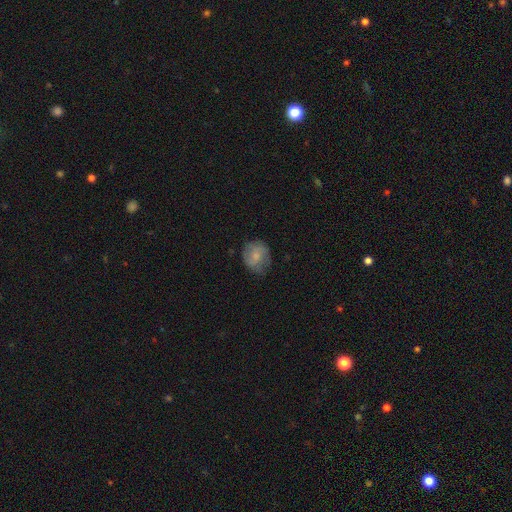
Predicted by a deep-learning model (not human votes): A smooth galaxy with no disk features (62%) that is round (69%). Merging: none (62%).